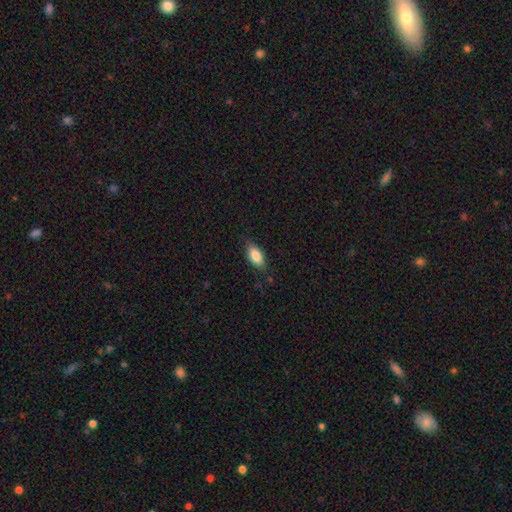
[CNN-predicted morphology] smooth 82%, featured or disk 11%, star or artifact 7%. Down the decision tree: how rounded — in between (88%); merging — none (79%).